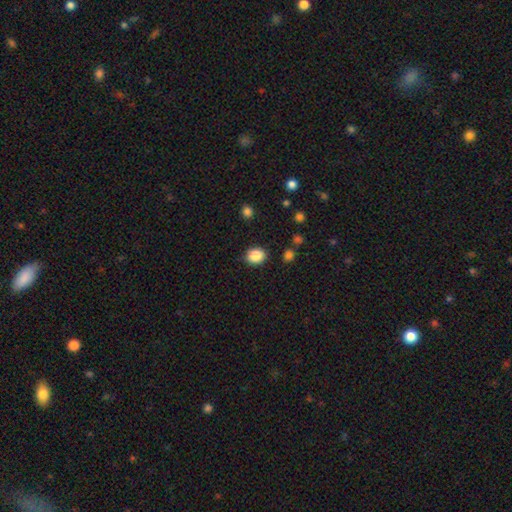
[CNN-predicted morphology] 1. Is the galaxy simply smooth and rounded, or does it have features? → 87% smooth, 9% star or artifact, 4% featured or disk.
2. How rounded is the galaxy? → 55% round, 44% in between, 1% cigar-shaped.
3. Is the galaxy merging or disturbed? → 85% none, 10% minor disturbance, 3% major disturbance, 2% merger.